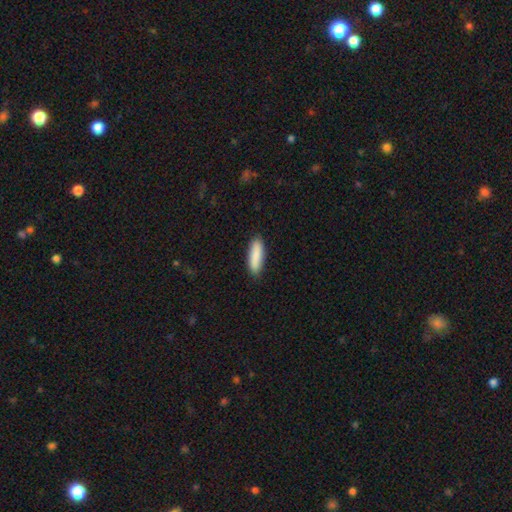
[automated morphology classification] smooth_or_featured: smooth (p=0.88) [alt: featured or disk p=0.06]
how_rounded: cigar-shaped (p=0.57) [alt: in between p=0.42]
merging: none (p=0.89) [alt: minor disturbance p=0.08]